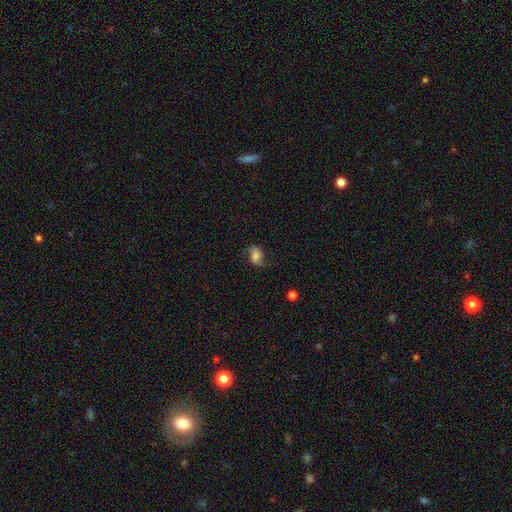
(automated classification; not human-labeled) featured or disk 52%, smooth 38%, star or artifact 10%. Down the decision tree: edge-on disk — no (96%); merging — none (67%).